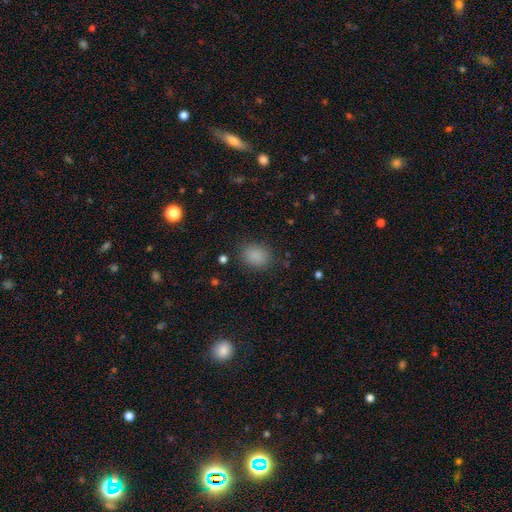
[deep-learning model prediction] Smooth or featured: smooth — 86% (star or artifact — 11%)
How rounded: in between — 59% (round — 40%)
Merging: none — 83% (minor disturbance — 12%)